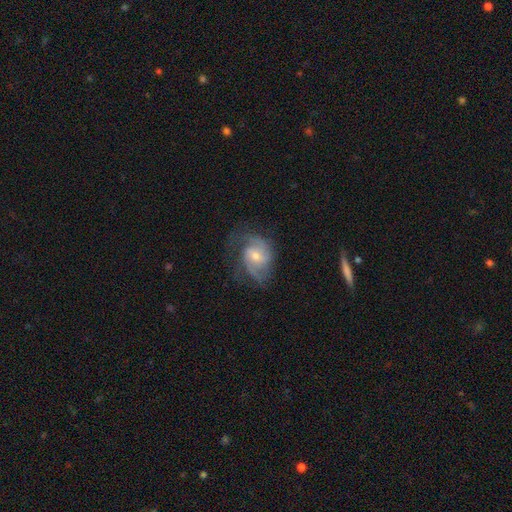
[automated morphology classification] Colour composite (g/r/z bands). It shows a featured or disk galaxy (78%) with no bar (52%), 2 (55%) medium (49%) spiral arms (93%) and a small central bulge (51%). Merging: none (59%).